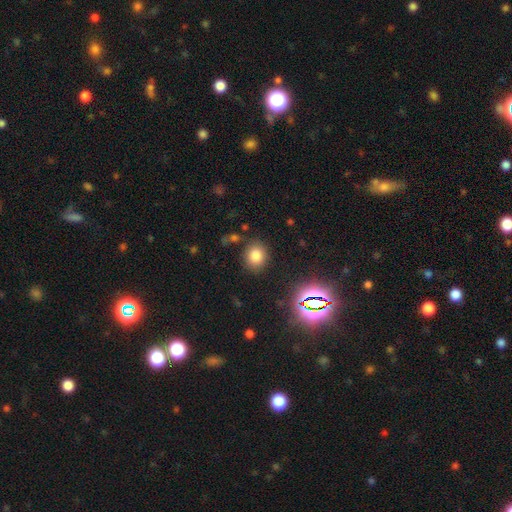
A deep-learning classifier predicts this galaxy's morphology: smooth 78%, star or artifact 15%, featured or disk 7%. Down the decision tree: how rounded — round (66%); merging — none (83%).